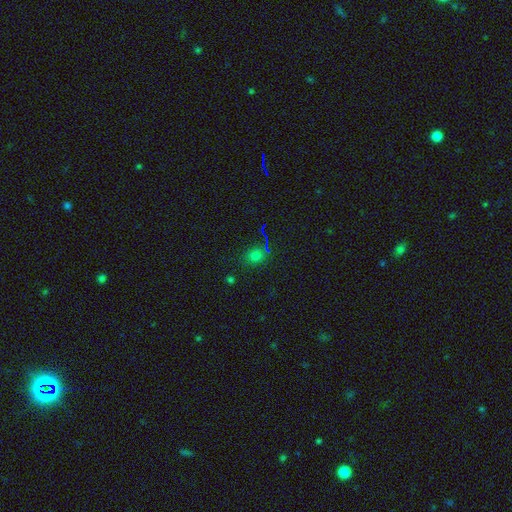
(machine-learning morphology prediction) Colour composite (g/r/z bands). It shows a smooth galaxy with no disk features (64%) that is round (75%). Merging: none (80%).